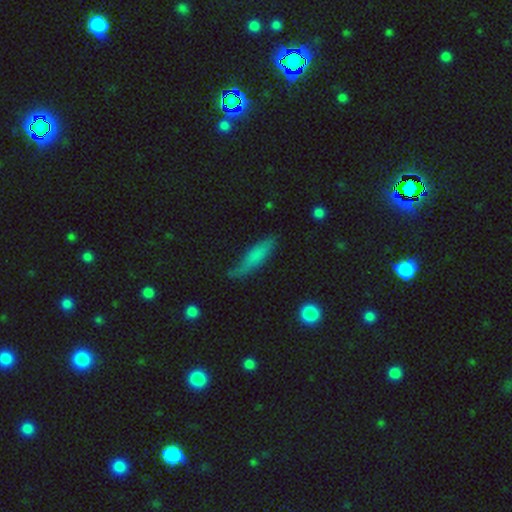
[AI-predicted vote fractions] This appears to be a smooth galaxy with no disk features (69%) that is cigar-shaped (70%). Merging: none (59%).